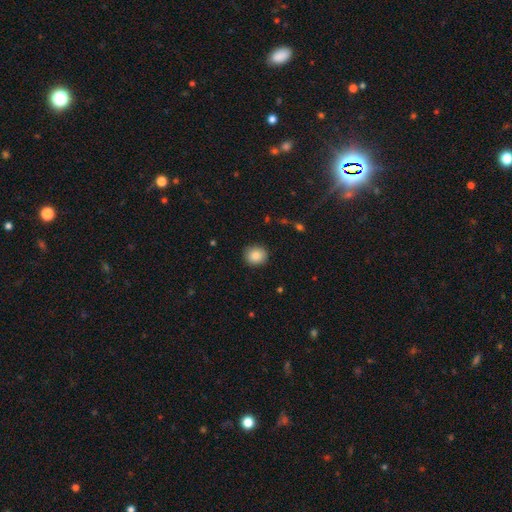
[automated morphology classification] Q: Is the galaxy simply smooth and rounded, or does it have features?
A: smooth — 87%.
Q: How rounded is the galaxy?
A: round — 77%.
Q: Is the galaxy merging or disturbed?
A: none — 89%.